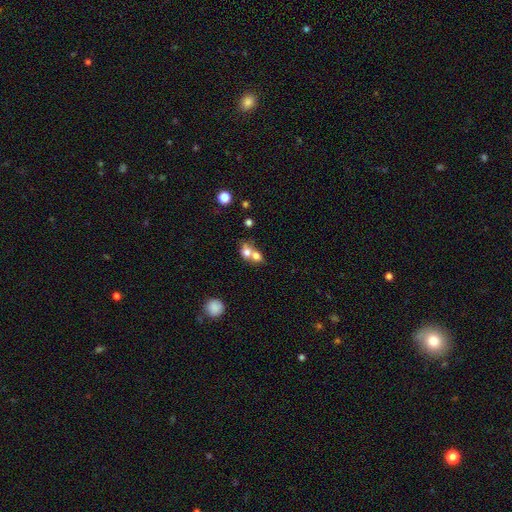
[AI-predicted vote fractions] A smooth galaxy with no disk features (72%) that is round (60%). Merging: merger (69%).